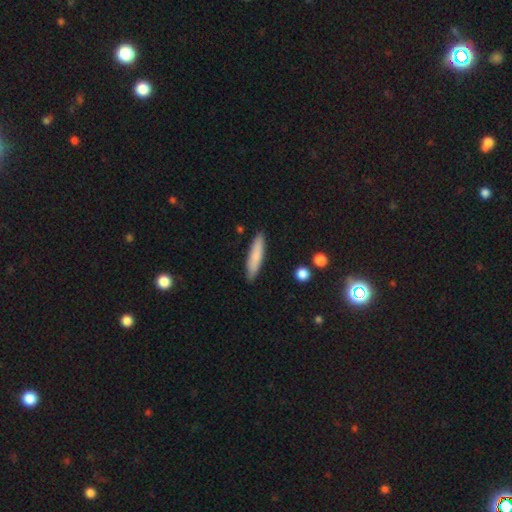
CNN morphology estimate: smooth 80%, featured or disk 14%, star or artifact 6%. Down the decision tree: how rounded — cigar-shaped (84%); merging — none (89%).